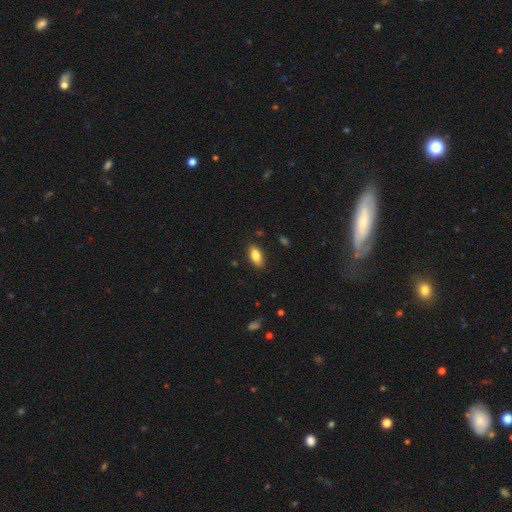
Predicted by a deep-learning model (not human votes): The model was most divided on "smooth or featured": smooth: 82%, featured or disk: 11%, star or artifact: 7%. More confident: how rounded — in between (88%); merging — none (87%).